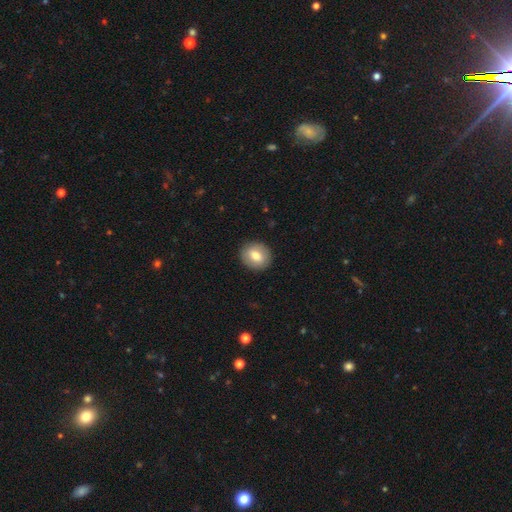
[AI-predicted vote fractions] Smooth or featured: smooth — 73% (featured or disk — 20%)
How rounded: round — 77% (in between — 22%)
Merging: none — 90% (minor disturbance — 7%)